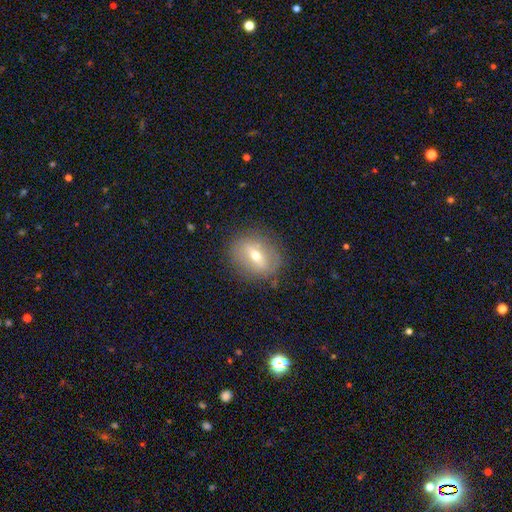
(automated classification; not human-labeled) smooth 46%, featured or disk 44%, star or artifact 10%. Down the decision tree: merging — none (83%).